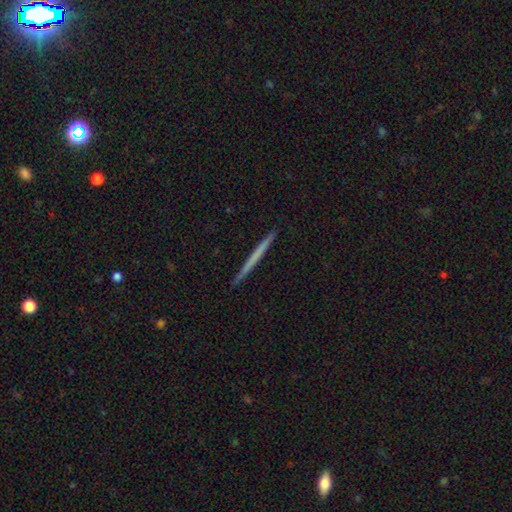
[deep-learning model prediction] Morphology: type=smooth (48%); merging=none (93%).